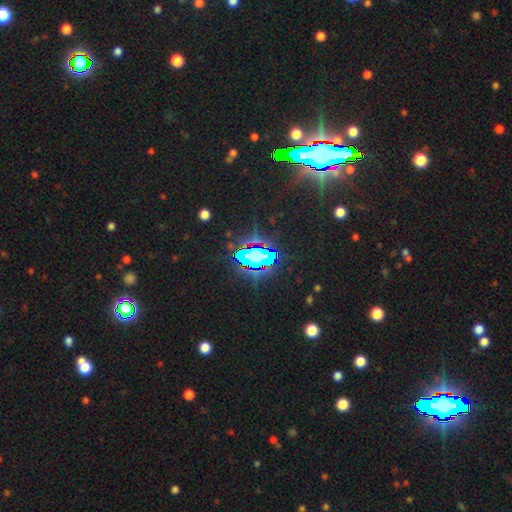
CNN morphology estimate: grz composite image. It shows a star or artifact, not a galaxy (61%).